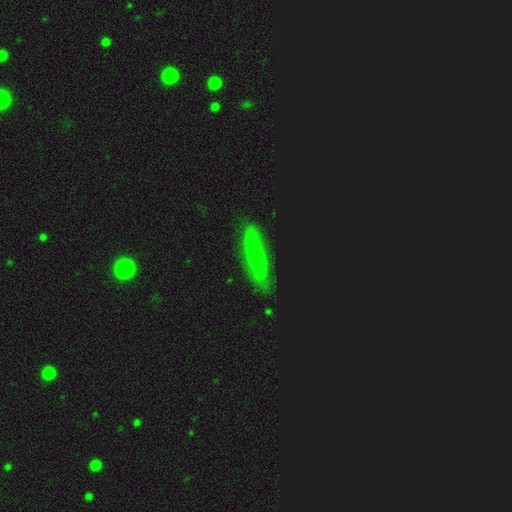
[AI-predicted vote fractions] smooth-or-featured: featured or disk: 55% | smooth: 31% | star or artifact: 14%
  disk-edge-on: no: 71% | yes: 29%
  merging: none: 77% | minor disturbance: 17% | major disturbance: 5% | merger: 2%